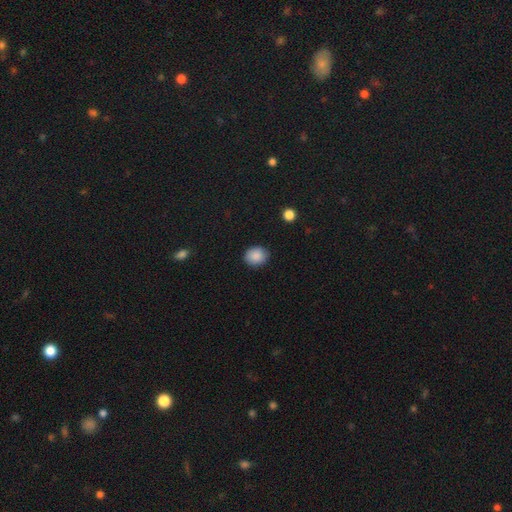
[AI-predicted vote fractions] Overall: smooth (88%). How rounded: round (63%; in between 36%). Merging: none (88%).